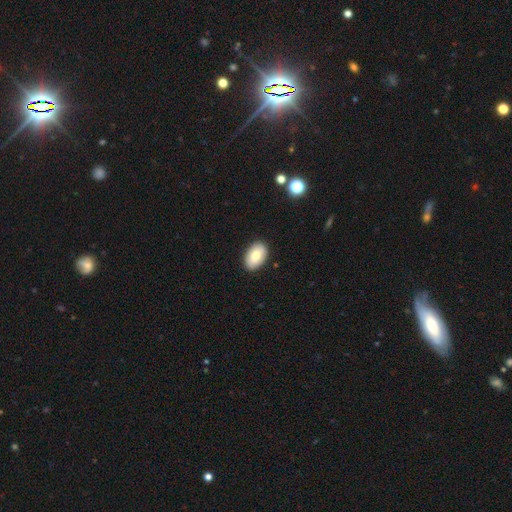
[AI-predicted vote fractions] A smooth galaxy with no disk features (76%) that is in between round and cigar-shaped (90%).

Vote fractions:
- Smooth or featured? smooth: 76% / featured or disk: 17% / star or artifact: 7%
- How rounded? in between: 90% / round: 9% / cigar-shaped: 1%
- Merging? none: 88% / minor disturbance: 9% / major disturbance: 2% / merger: 1%